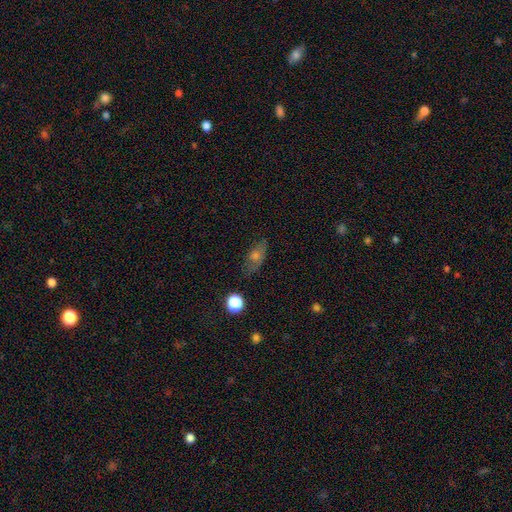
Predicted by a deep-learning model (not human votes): Overall: smooth (54%; featured or disk 29%). How rounded: in between (71%). Merging: none (76%).